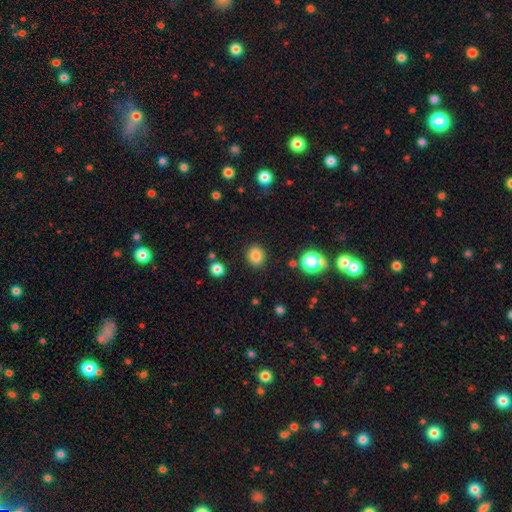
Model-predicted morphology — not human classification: This appears to be a smooth galaxy with no disk features (83%) that is round (68%). Merging: none (88%).